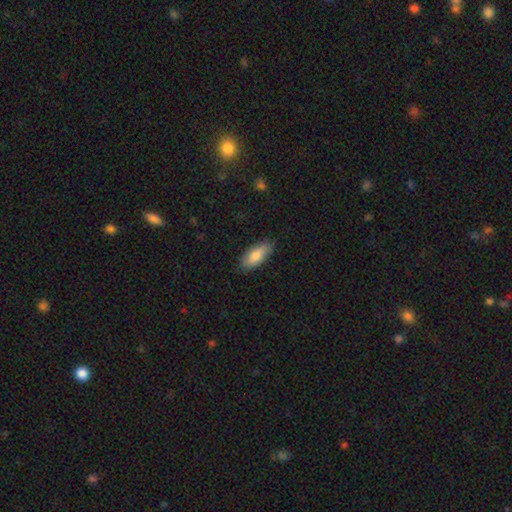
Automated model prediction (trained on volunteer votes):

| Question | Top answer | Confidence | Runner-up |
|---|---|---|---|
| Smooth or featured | smooth | 83% | featured or disk (11%) |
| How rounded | in between | 81% | cigar-shaped (18%) |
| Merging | none | 82% | minor disturbance (15%) |